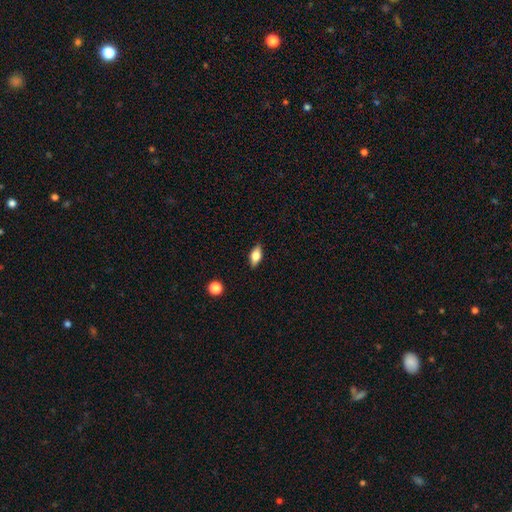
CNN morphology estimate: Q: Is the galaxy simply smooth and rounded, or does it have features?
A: smooth — 73%.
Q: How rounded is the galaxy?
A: in between — 86%.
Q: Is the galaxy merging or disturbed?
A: none — 87%.